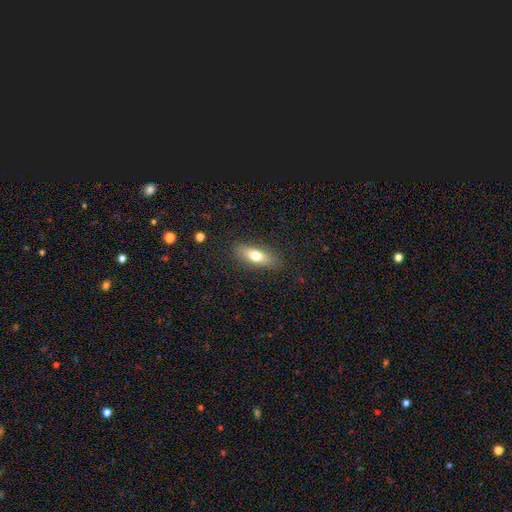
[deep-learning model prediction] Smooth or featured? smooth (70%)
How rounded? in between (61%)
Merging? none (86%)